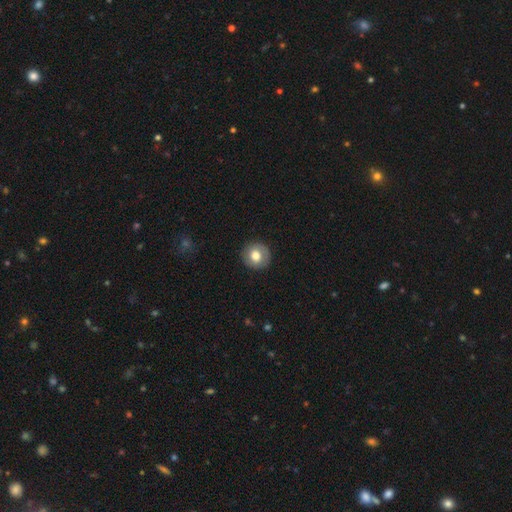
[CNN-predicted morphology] This is likely a smooth galaxy (73%). How rounded: clearly round (92%). Merging: clearly none (89%).